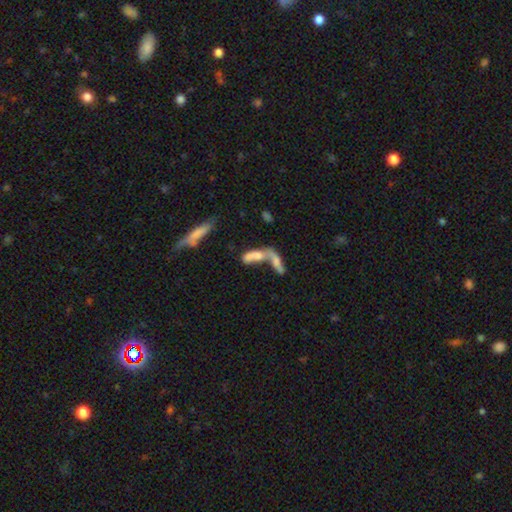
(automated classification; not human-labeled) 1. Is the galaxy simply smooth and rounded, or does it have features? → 57% smooth, 32% featured or disk, 12% star or artifact.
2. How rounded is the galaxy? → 53% in between, 43% cigar-shaped, 4% round.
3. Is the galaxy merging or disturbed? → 75% merger, 12% none, 8% major disturbance, 5% minor disturbance.